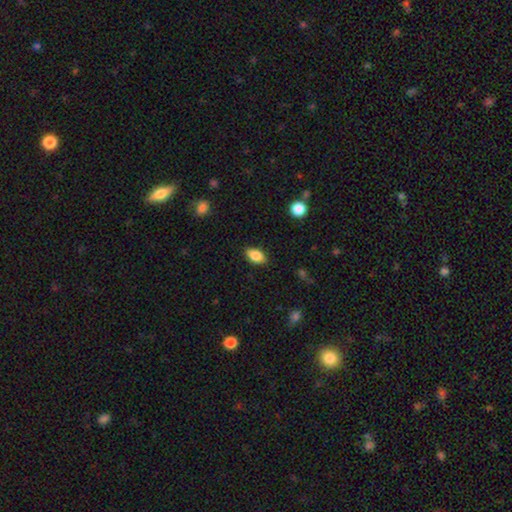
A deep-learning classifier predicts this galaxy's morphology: Smooth or featured? smooth (87%)
How rounded? in between (91%)
Merging? none (86%)